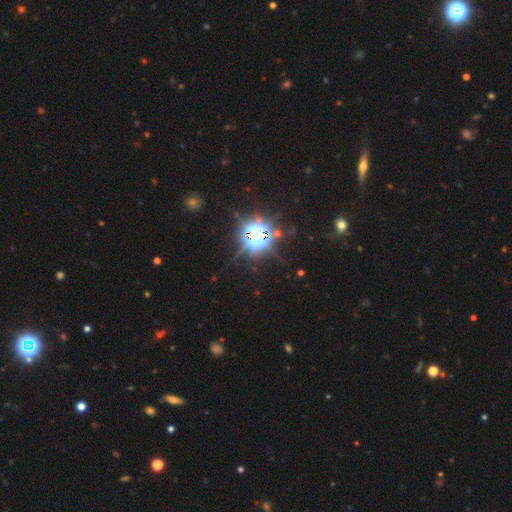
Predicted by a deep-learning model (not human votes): Smooth or featured?
  - star or artifact: 82% *
  - smooth: 11%
  - featured or disk: 6%